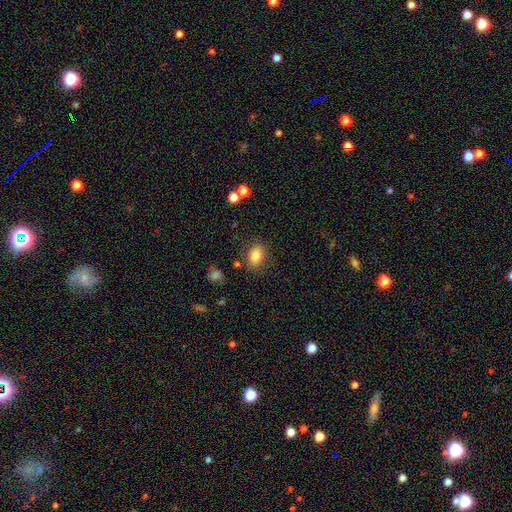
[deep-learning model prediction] Smooth or featured? Predicted: smooth (p=0.82). How rounded? Predicted: in between (p=0.74). Merging? Predicted: none (p=0.80).